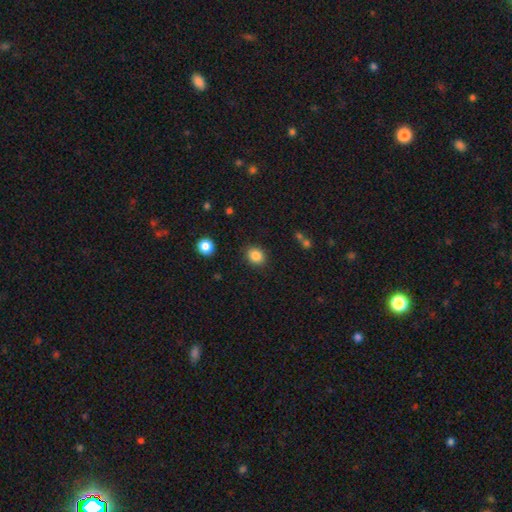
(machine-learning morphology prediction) This is clearly a smooth galaxy (86%). How rounded: likely round (61%). Merging: clearly none (86%).